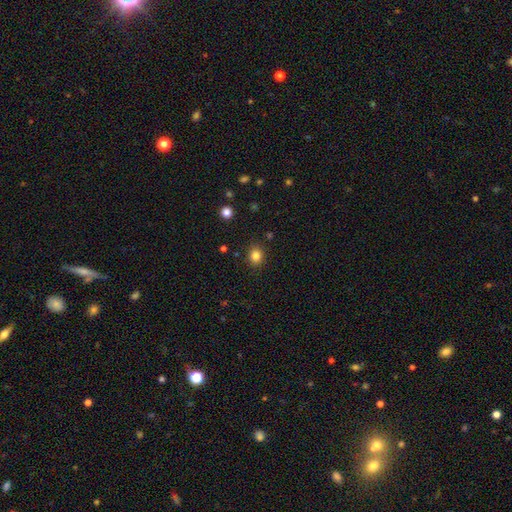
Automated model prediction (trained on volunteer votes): This appears to be a smooth galaxy with no disk features (83%) that is round (76%). Merging: none (87%).